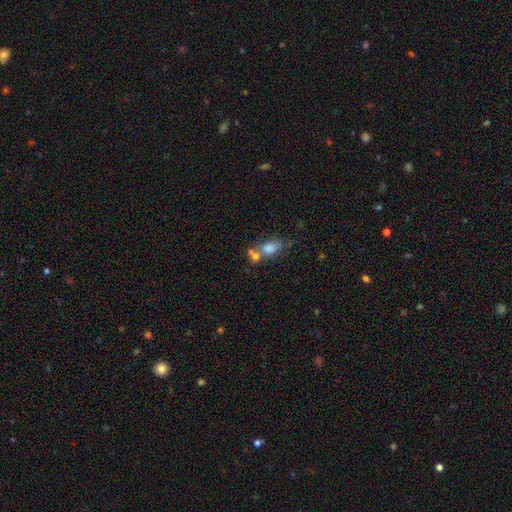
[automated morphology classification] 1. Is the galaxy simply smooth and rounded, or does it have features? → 74% smooth, 15% featured or disk, 11% star or artifact.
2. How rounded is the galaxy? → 70% in between, 24% round, 6% cigar-shaped.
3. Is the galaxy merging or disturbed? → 51% merger, 31% none, 11% minor disturbance, 7% major disturbance.